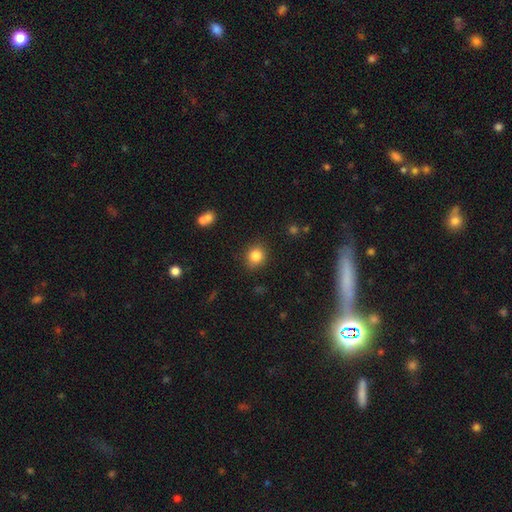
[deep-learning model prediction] Smooth or featured: smooth — 84% (star or artifact — 11%)
How rounded: round — 81% (in between — 18%)
Merging: none — 86% (minor disturbance — 9%)